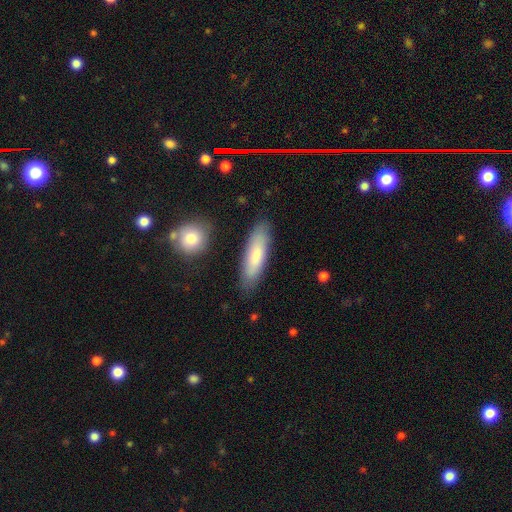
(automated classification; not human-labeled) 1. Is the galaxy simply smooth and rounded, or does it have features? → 77% smooth, 18% featured or disk, 5% star or artifact.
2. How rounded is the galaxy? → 57% cigar-shaped, 41% in between, 2% round.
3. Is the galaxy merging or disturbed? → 84% none, 11% minor disturbance, 3% merger, 3% major disturbance.